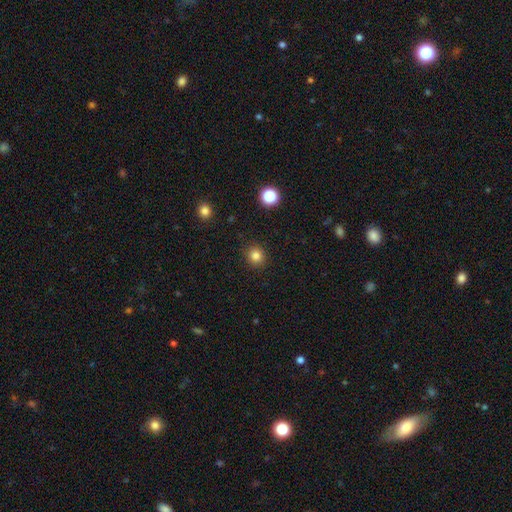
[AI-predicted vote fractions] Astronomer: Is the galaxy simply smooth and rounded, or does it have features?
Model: smooth — 83%.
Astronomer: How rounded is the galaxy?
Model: round — 87%.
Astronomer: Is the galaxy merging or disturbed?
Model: none — 91%.